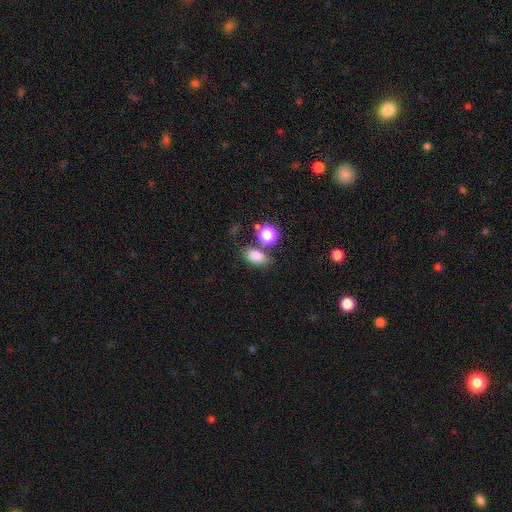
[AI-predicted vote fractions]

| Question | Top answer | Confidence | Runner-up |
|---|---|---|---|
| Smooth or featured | smooth | 77% | star or artifact (14%) |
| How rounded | in between | 79% | round (19%) |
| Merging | none | 70% | merger (13%) |